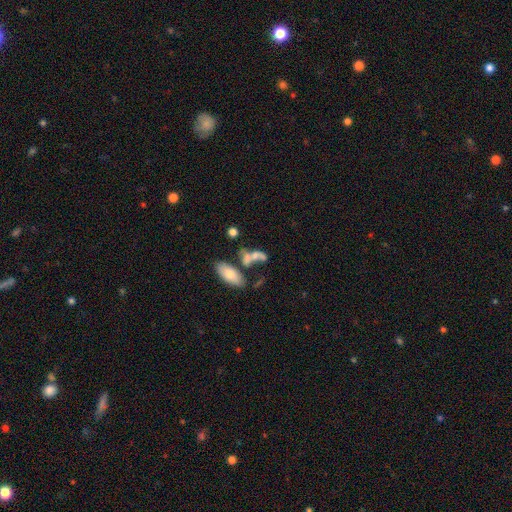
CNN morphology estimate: type=smooth (58%); roundness=in between (75%); merging=merger (47%).